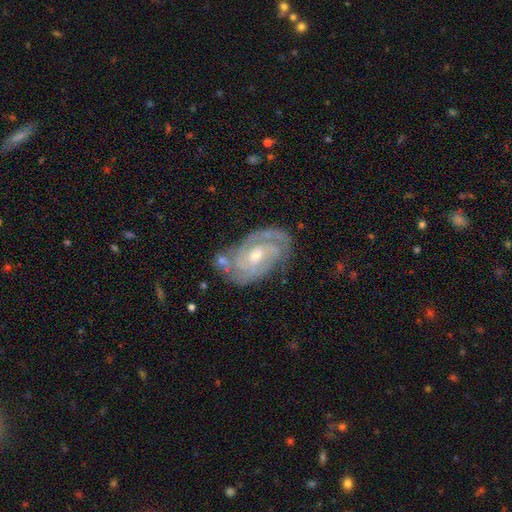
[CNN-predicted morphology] Q: Smooth or featured?
A: featured or disk (87%); runner-up: smooth (8%)
Q: Edge-on disk?
A: no (96%); runner-up: yes (4%)
Q: Bar?
A: no (50%); runner-up: weak (40%)
Q: Spiral arms?
A: yes (97%); runner-up: no (3%)
Q: Spiral winding?
A: tight (68%); runner-up: medium (27%)
Q: Spiral arm count?
A: 2 (54%); runner-up: 3 (18%)
Q: Bulge size?
A: moderate (62%); runner-up: small (33%)
Q: Merging?
A: none (73%); runner-up: minor disturbance (18%)